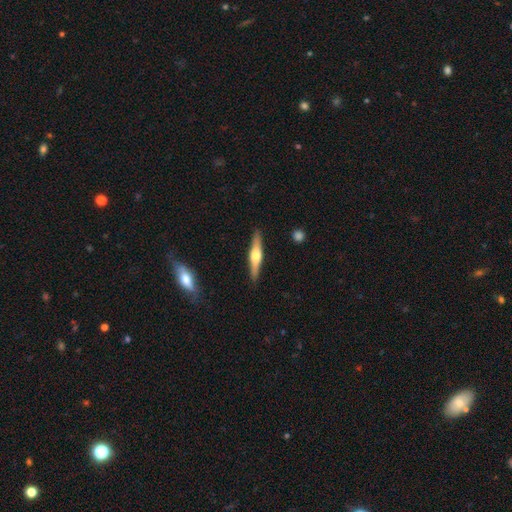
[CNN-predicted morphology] smooth-or-featured: featured or disk: 60% | smooth: 34% | star or artifact: 5%
  disk-edge-on: yes: 96% | no: 4%
    edge-on-bulge: rounded: 92% | boxy: 5% | none: 3%
  merging: none: 90% | minor disturbance: 7% | major disturbance: 2% | merger: 1%